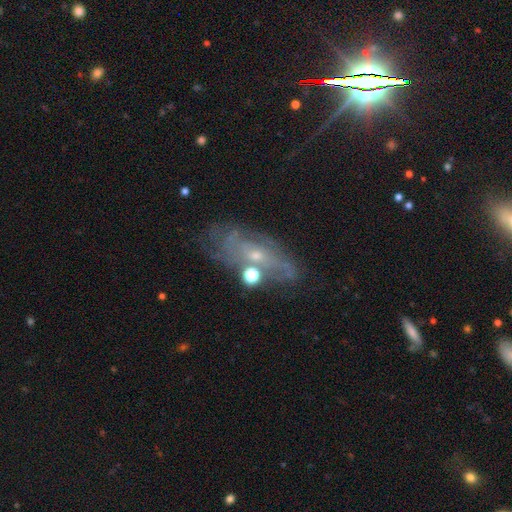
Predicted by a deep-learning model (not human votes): featured or disk 70%, smooth 18%, star or artifact 13%. Down the decision tree: edge-on disk — no (87%); bar — no (67%); spiral arms — yes (73%); bulge size — small (67%); merging — none (57%).